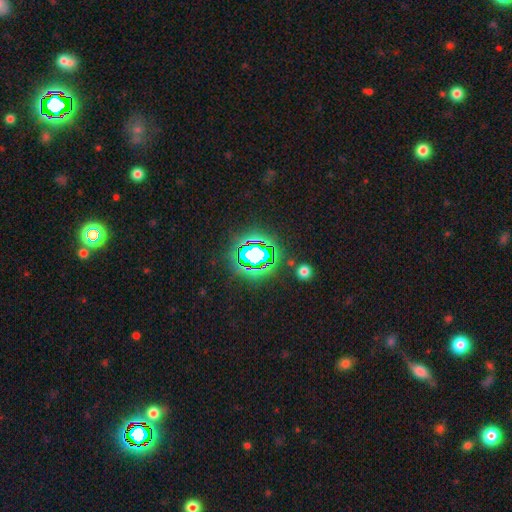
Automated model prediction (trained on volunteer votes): A star or artifact, not a galaxy (71%).